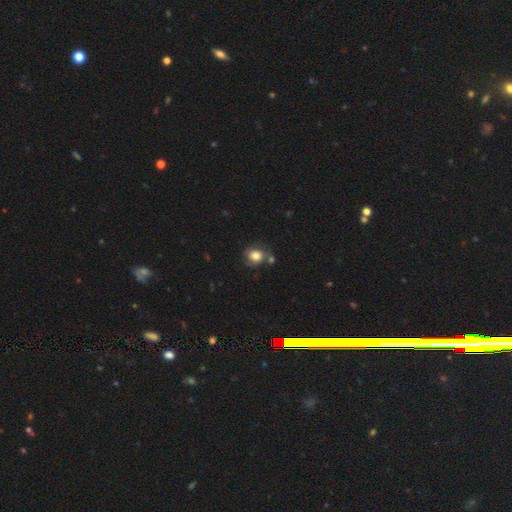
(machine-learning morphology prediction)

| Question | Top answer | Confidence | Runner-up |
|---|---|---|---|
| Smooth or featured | smooth | 77% | featured or disk (14%) |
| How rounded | round | 73% | in between (26%) |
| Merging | none | 60% | minor disturbance (19%) |